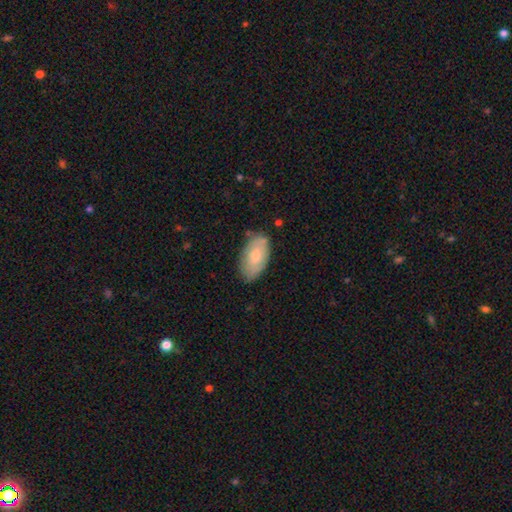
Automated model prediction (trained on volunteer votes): Q: Smooth or featured?
A: smooth (69%); runner-up: featured or disk (25%)
Q: How rounded?
A: in between (94%); runner-up: round (3%)
Q: Merging?
A: none (74%); runner-up: minor disturbance (21%)